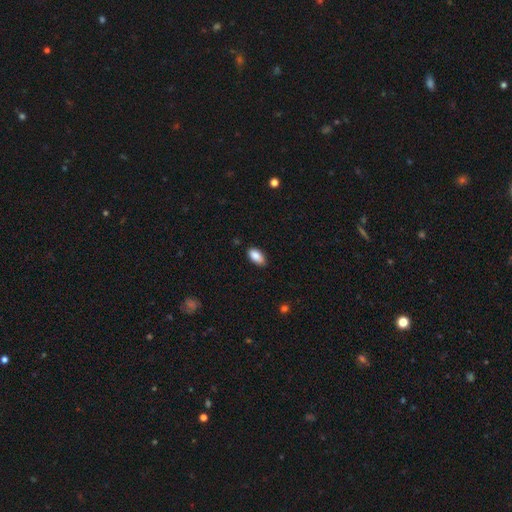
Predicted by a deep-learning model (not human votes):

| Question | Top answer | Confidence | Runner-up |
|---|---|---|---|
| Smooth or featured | smooth | 88% | star or artifact (7%) |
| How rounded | in between | 93% | cigar-shaped (4%) |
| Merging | none | 82% | minor disturbance (14%) |